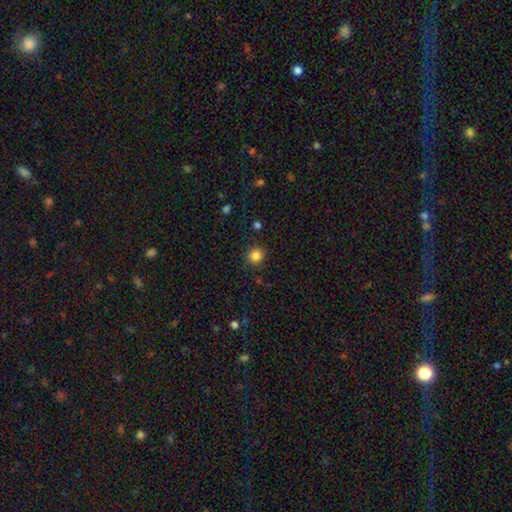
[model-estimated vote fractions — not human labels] Smooth or featured? Predicted: smooth (p=0.85). How rounded? Predicted: round (p=0.91). Merging? Predicted: none (p=0.90).